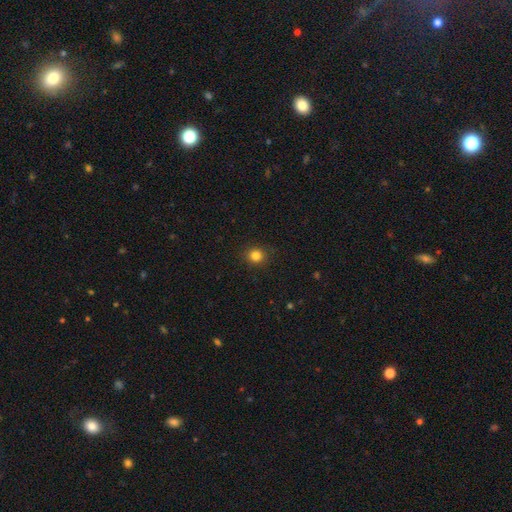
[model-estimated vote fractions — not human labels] A smooth galaxy with no disk features (82%) that is round (89%). Merging: none (90%).